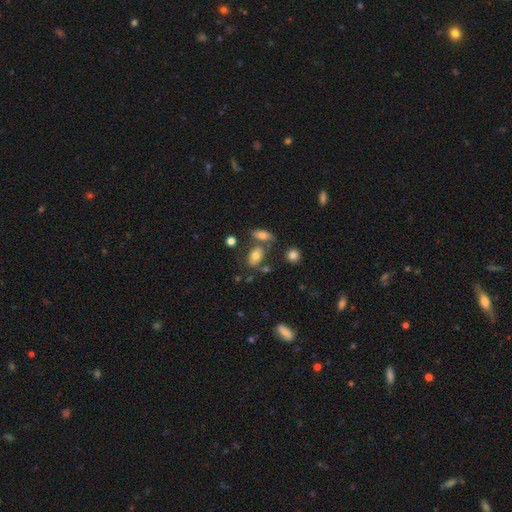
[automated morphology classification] A smooth galaxy with no disk features (73%) that is in between round and cigar-shaped (86%).

Vote fractions:
- Smooth or featured? smooth: 73% / featured or disk: 16% / star or artifact: 10%
- How rounded? in between: 86% / round: 11% / cigar-shaped: 3%
- Merging? none: 58% / merger: 22% / minor disturbance: 15% / major disturbance: 5%